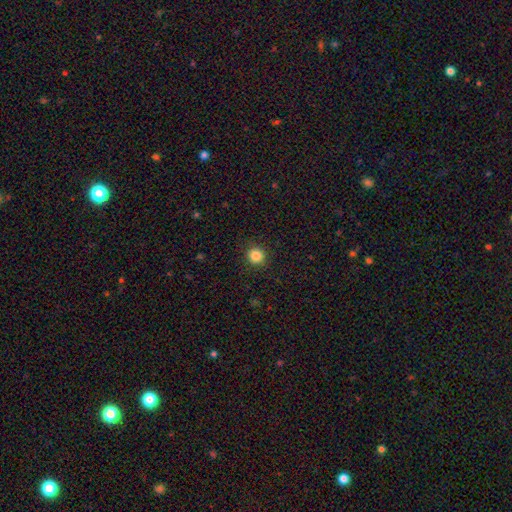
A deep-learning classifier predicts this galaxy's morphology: Smooth or featured? Predicted: smooth (p=0.86). How rounded? Predicted: round (p=0.93). Merging? Predicted: none (p=0.91).